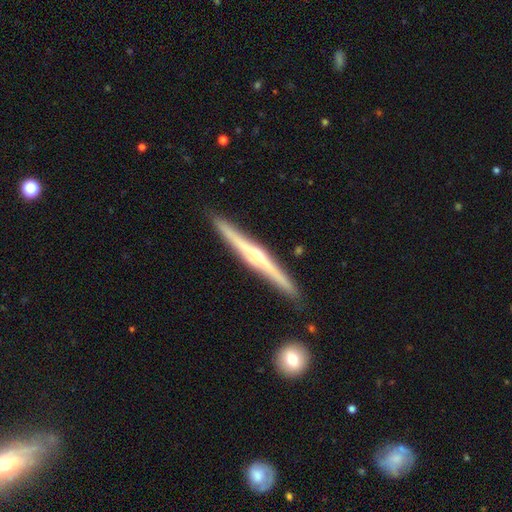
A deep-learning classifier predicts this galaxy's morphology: Q: Smooth or featured?
A: featured or disk (80%); runner-up: smooth (15%)
Q: Edge-on disk?
A: yes (98%); runner-up: no (2%)
Q: Edge-on bulge?
A: rounded (76%); runner-up: none (15%)
Q: Merging?
A: none (90%); runner-up: minor disturbance (7%)